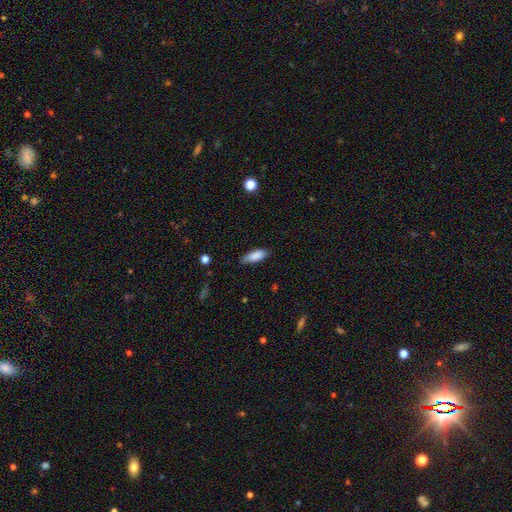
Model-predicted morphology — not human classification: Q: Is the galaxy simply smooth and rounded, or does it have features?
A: smooth — 86%.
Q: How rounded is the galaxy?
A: in between — 70%.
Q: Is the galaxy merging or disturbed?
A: none — 73%.